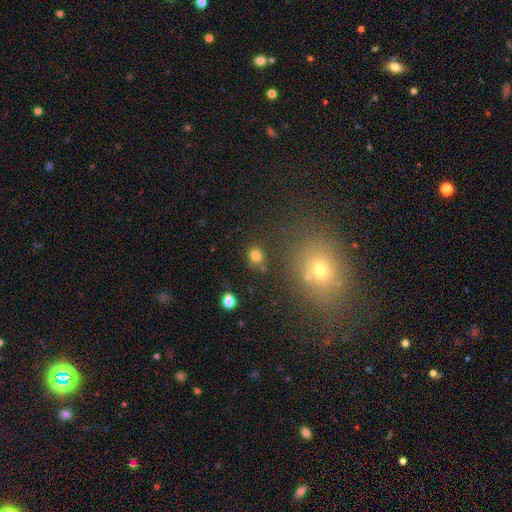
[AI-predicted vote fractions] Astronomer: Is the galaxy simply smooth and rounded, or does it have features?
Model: smooth — 77%.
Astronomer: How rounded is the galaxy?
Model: round — 73%.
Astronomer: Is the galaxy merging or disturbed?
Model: none — 80%.